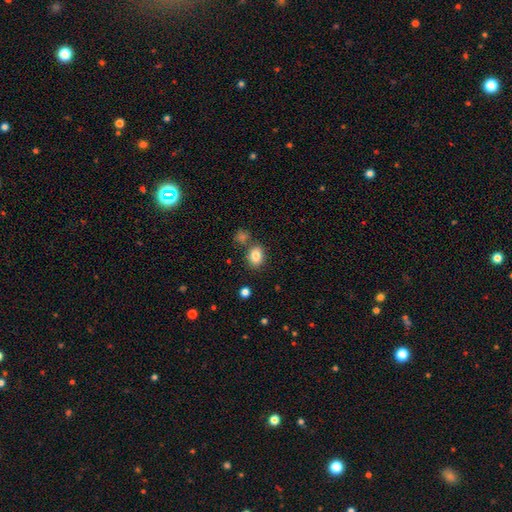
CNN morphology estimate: A smooth galaxy with no disk features (84%) that is in between round and cigar-shaped (69%). Merging: none (73%).